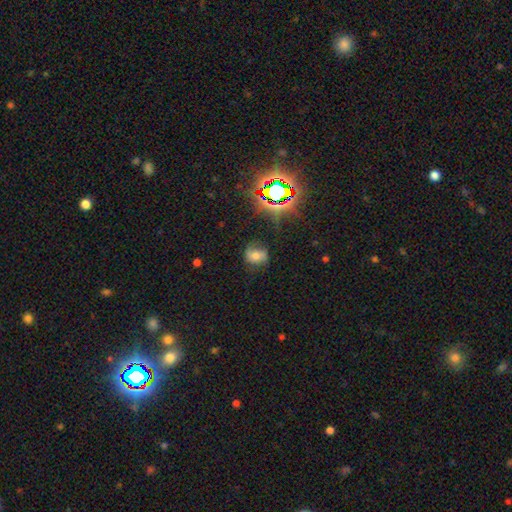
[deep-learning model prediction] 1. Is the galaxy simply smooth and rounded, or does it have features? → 53% smooth, 25% featured or disk, 22% star or artifact.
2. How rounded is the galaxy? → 53% in between, 45% round, 2% cigar-shaped.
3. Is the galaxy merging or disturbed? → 67% none, 22% minor disturbance, 9% major disturbance, 2% merger.